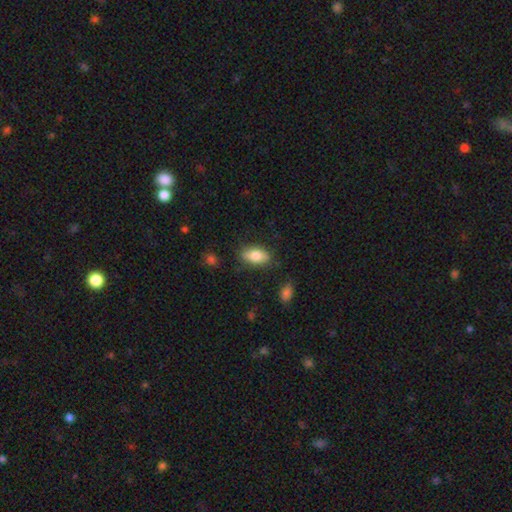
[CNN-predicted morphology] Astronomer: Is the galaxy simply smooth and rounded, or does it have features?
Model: smooth — 78%.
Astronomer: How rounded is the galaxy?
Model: in between — 86%.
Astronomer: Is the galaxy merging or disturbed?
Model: none — 80%.